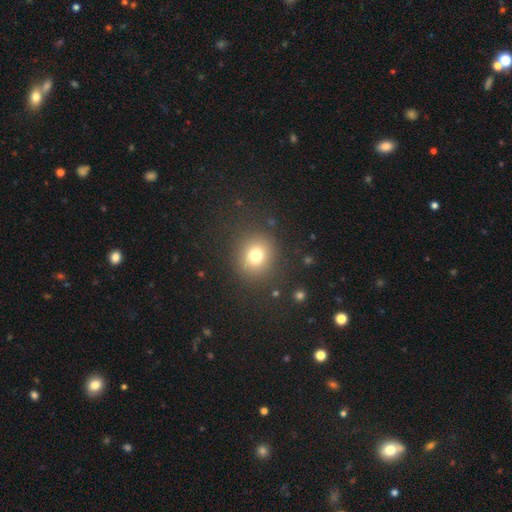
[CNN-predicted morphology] type=smooth (75%); roundness=round (85%); merging=none (87%).